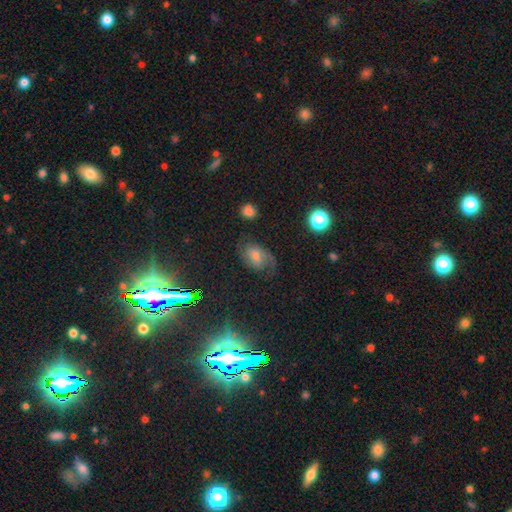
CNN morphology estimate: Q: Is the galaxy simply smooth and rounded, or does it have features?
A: featured or disk — 45%.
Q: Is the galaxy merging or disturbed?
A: none — 61%.